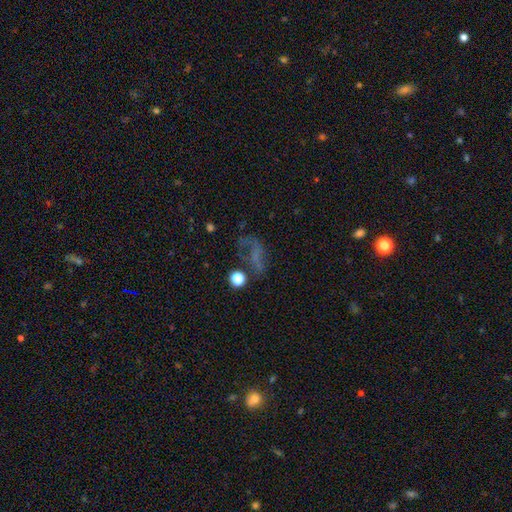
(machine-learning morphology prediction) smooth_or_featured: featured or disk (p=0.37) [alt: smooth p=0.32]
merging: major disturbance (p=0.37) [alt: none p=0.36]